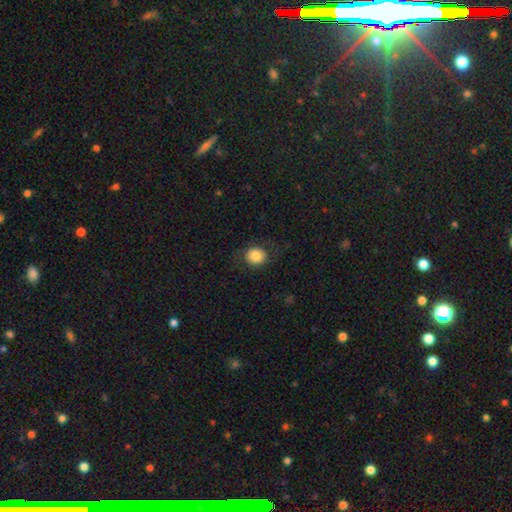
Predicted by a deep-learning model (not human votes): A smooth galaxy with no disk features (81%) that is round (81%).

Vote fractions:
- Smooth or featured? smooth: 81% / featured or disk: 10% / star or artifact: 9%
- How rounded? round: 81% / in between: 18% / cigar-shaped: 1%
- Merging? none: 82% / minor disturbance: 11% / major disturbance: 6% / merger: 1%